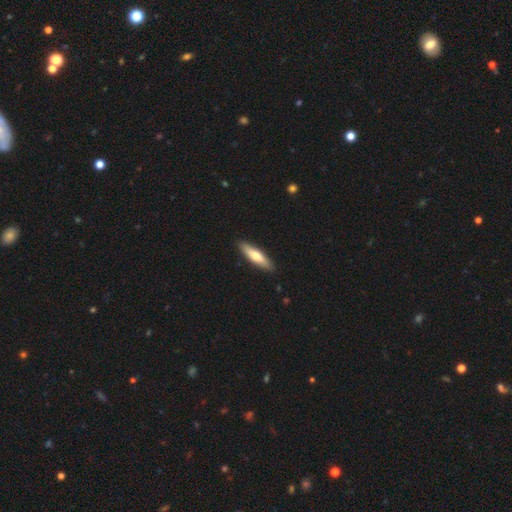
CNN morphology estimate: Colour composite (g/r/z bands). It shows a smooth galaxy with no disk features (64%) that is cigar-shaped (71%). Merging: none (89%).